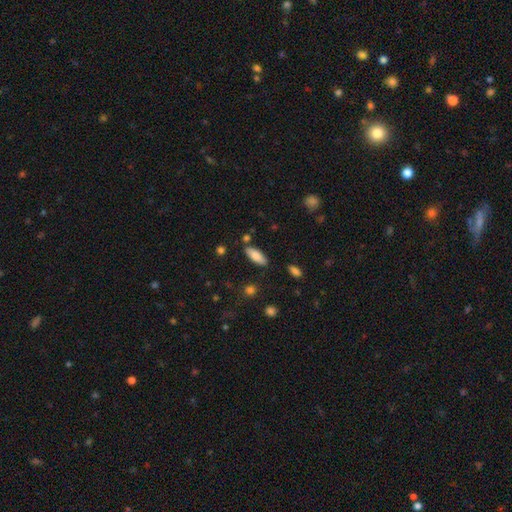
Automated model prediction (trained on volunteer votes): The model was most divided on "how rounded": in between: 74%, cigar-shaped: 24%, round: 2%. More confident: smooth or featured — smooth (82%); merging — none (80%).